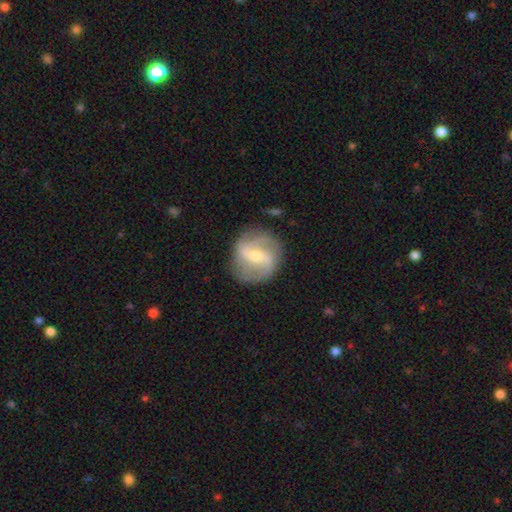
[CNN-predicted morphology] Smooth or featured? Predicted: featured or disk (p=0.82). Edge-on disk? Predicted: no (p=0.97). Bar? Predicted: weak (p=0.47). Spiral arms? Predicted: yes (p=0.93). Spiral winding? Predicted: medium (p=0.41, tied with loose). Spiral arm count? Predicted: 2 (p=0.55). Bulge size? Predicted: small (p=0.51). Merging? Predicted: none (p=0.81).